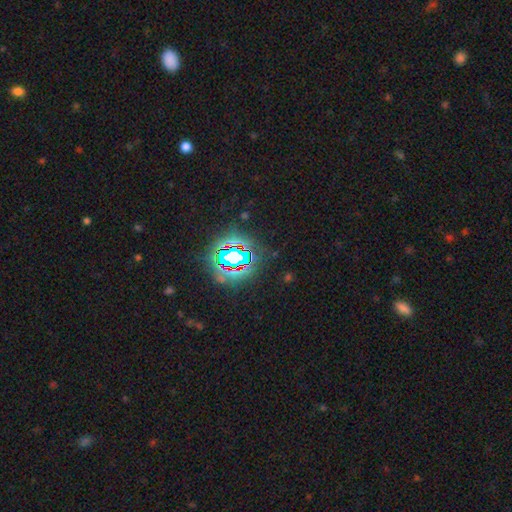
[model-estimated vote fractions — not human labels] Q: Smooth or featured?
A: star or artifact (79%); runner-up: smooth (13%)